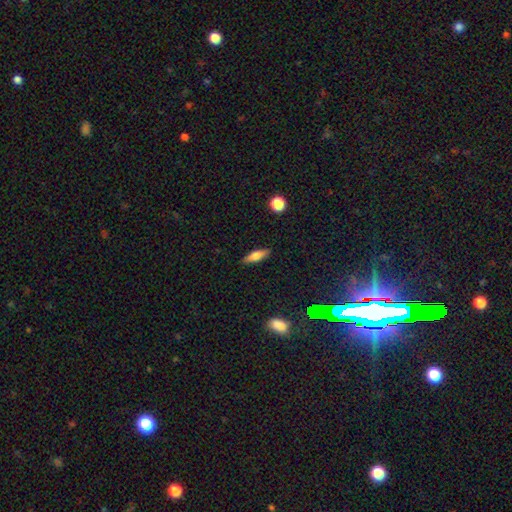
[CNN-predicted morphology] A smooth galaxy with no disk features (62%) that is cigar-shaped (52%). Merging: none (87%).